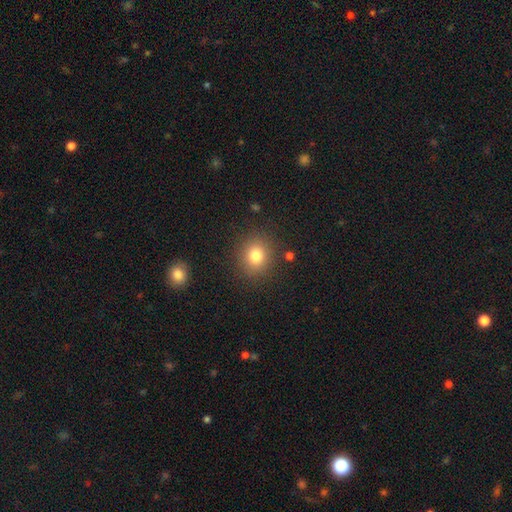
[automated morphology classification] A smooth galaxy with no disk features (78%) that is round (79%).

Vote fractions:
- Smooth or featured? smooth: 78% / star or artifact: 13% / featured or disk: 9%
- How rounded? round: 79% / in between: 20% / cigar-shaped: 1%
- Merging? none: 87% / minor disturbance: 8% / major disturbance: 3% / merger: 2%